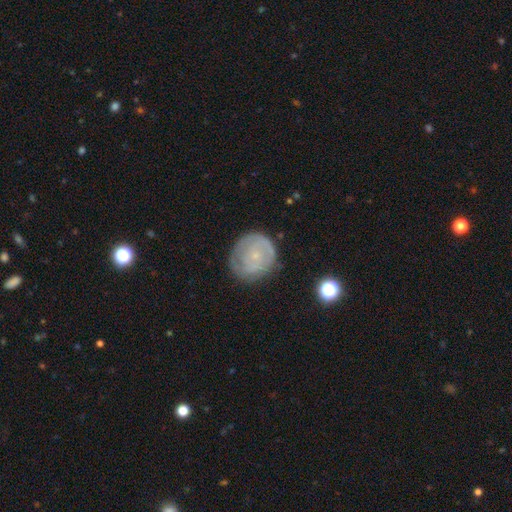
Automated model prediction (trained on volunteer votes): smooth_or_featured: featured or disk (p=0.60) [alt: smooth p=0.33]
disk_edge_on: no (p=0.97) [alt: yes p=0.03]
bar: no (p=0.82) [alt: weak p=0.15]
has_spiral_arms: yes (p=0.73) [alt: no p=0.27]
bulge_size: small (p=0.82) [alt: moderate p=0.10]
merging: none (p=0.74) [alt: minor disturbance p=0.18]